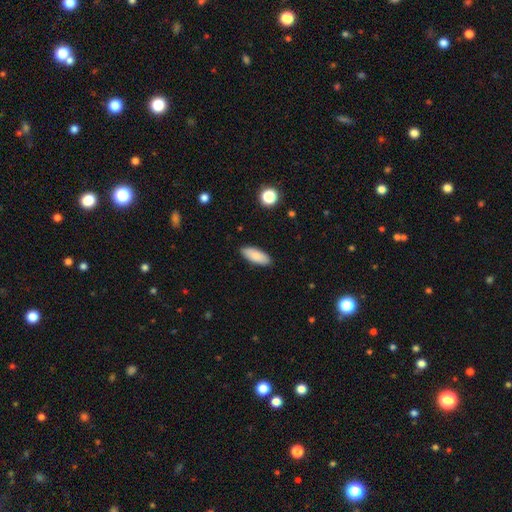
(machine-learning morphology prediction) smooth_or_featured: smooth (p=0.84) [alt: featured or disk p=0.09]
how_rounded: in between (p=0.80) [alt: cigar-shaped p=0.18]
merging: none (p=0.88) [alt: minor disturbance p=0.09]